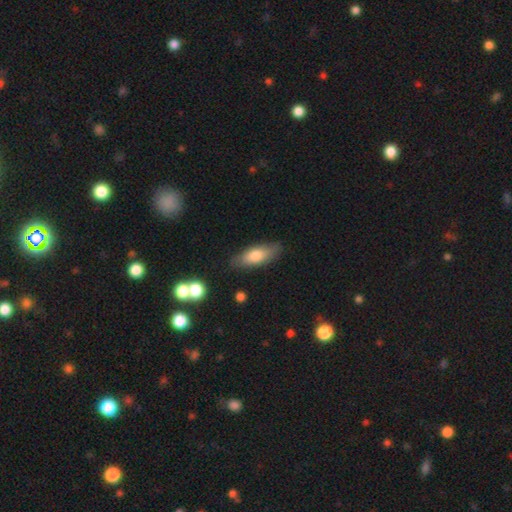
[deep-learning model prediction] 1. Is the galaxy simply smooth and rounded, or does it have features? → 73% smooth, 21% featured or disk, 6% star or artifact.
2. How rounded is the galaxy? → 70% in between, 27% cigar-shaped, 3% round.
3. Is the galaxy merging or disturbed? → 81% none, 14% minor disturbance, 3% major disturbance, 2% merger.